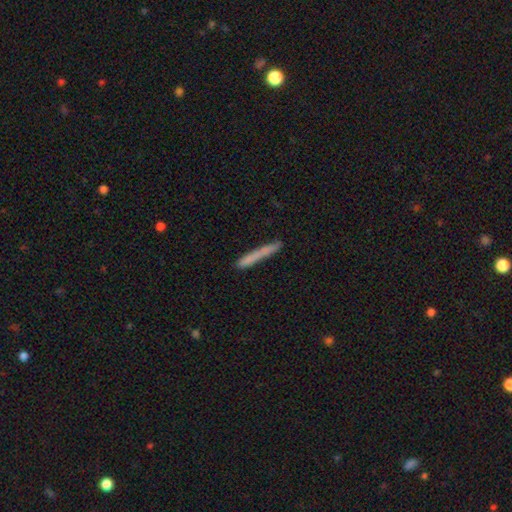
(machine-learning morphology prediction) smooth 70%, featured or disk 23%, star or artifact 7%. Down the decision tree: how rounded — cigar-shaped (97%); merging — none (85%).